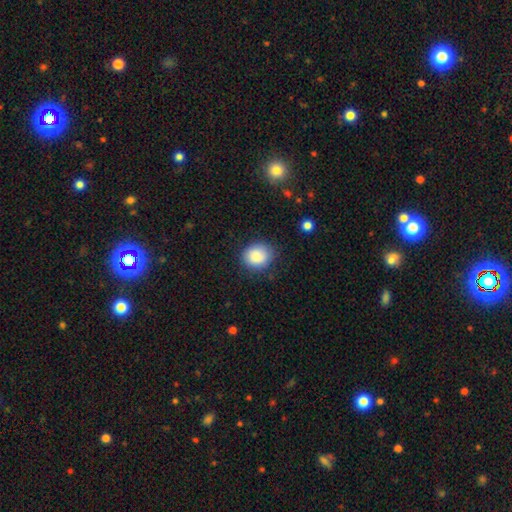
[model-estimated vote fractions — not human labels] Overall: smooth (87%). How rounded: round (72%). Merging: none (80%).